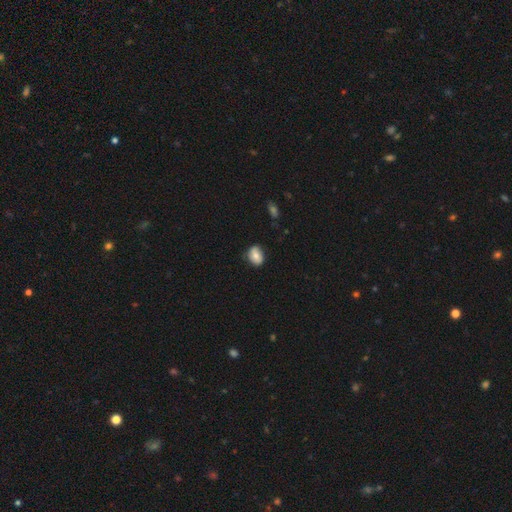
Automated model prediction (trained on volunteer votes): smooth_or_featured: smooth (p=0.72) [alt: featured or disk p=0.20]
how_rounded: in between (p=0.63) [alt: round p=0.36]
merging: none (p=0.72) [alt: minor disturbance p=0.22]